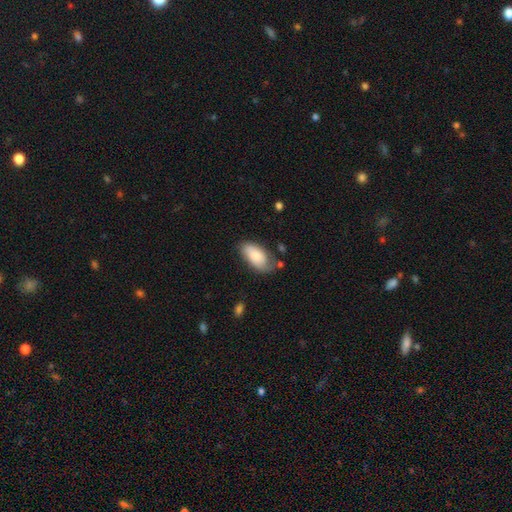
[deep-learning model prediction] Overall: smooth (77%). How rounded: in between (94%). Merging: none (59%; minor disturbance 28%).